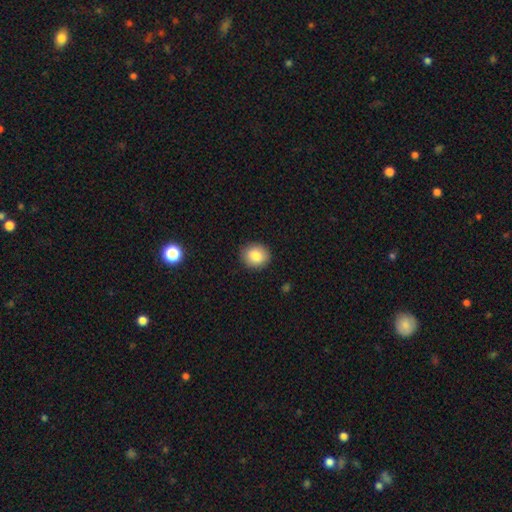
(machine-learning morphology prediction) Q: Smooth or featured?
A: smooth (85%); runner-up: star or artifact (8%)
Q: How rounded?
A: round (72%); runner-up: in between (27%)
Q: Merging?
A: none (90%); runner-up: minor disturbance (7%)